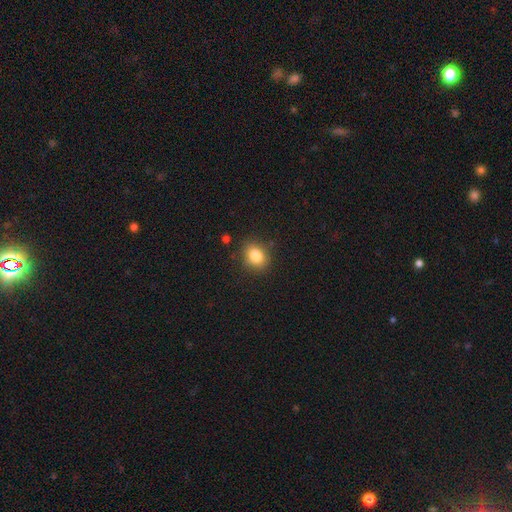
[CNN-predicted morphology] smooth 83%, star or artifact 11%, featured or disk 7%. Down the decision tree: how rounded — round (53%); merging — none (85%).